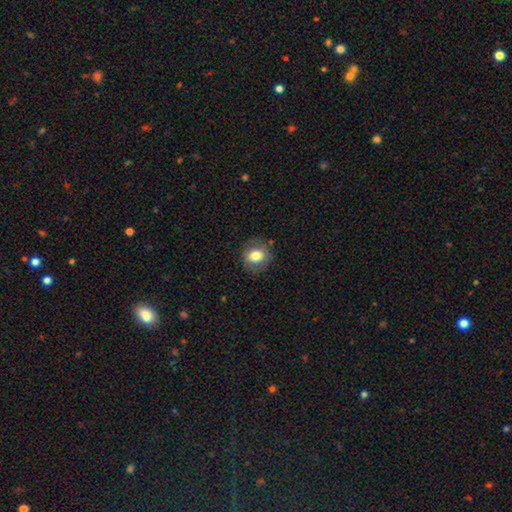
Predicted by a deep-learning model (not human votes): smooth_or_featured: smooth (p=0.76) [alt: featured or disk p=0.15]
how_rounded: round (p=0.66) [alt: in between p=0.33]
merging: none (p=0.81) [alt: minor disturbance p=0.13]